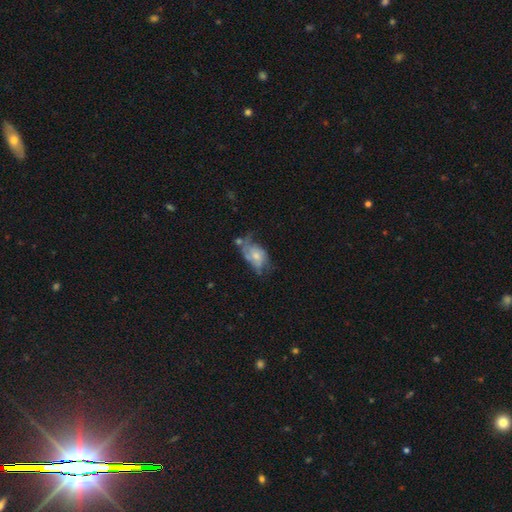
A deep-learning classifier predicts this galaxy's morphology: Smooth or featured? Predicted: featured or disk (p=0.52). Edge-on disk? Predicted: no (p=0.95). Merging? Predicted: major disturbance (p=0.31).